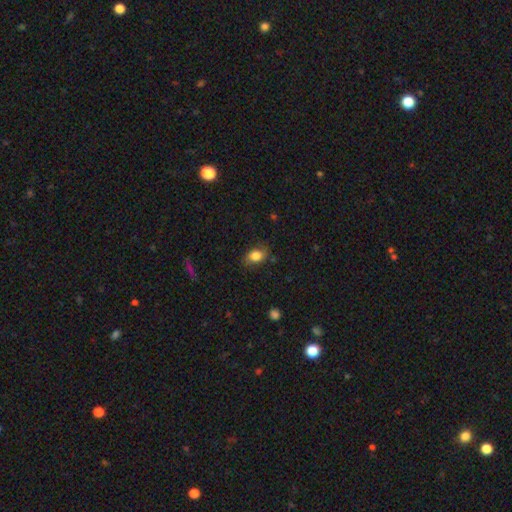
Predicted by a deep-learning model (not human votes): Q: Smooth or featured?
A: smooth (81%); runner-up: featured or disk (11%)
Q: How rounded?
A: in between (76%); runner-up: round (23%)
Q: Merging?
A: none (74%); runner-up: minor disturbance (19%)